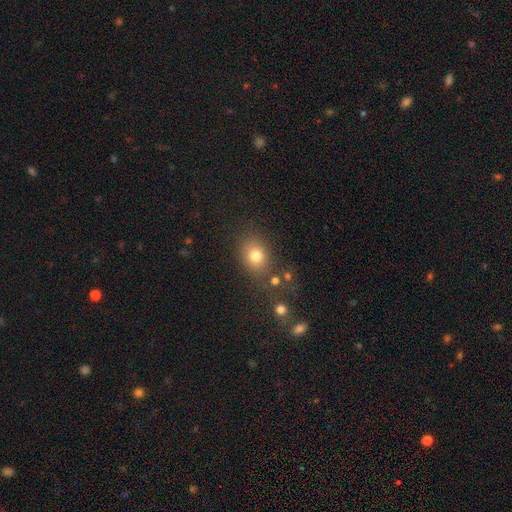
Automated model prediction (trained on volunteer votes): smooth_or_featured: smooth (p=0.78) [alt: star or artifact p=0.13]
how_rounded: round (p=0.53) [alt: in between p=0.46]
merging: none (p=0.71) [alt: minor disturbance p=0.14]